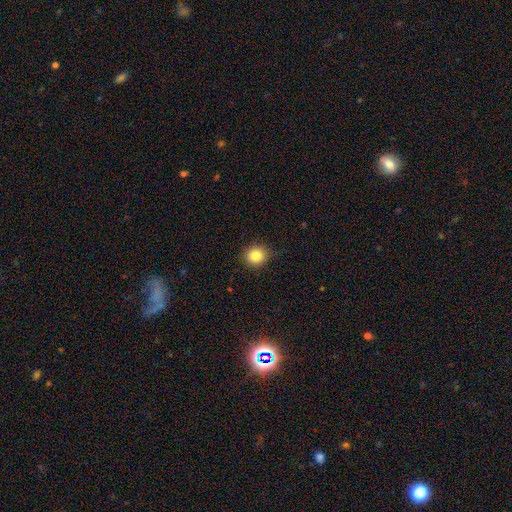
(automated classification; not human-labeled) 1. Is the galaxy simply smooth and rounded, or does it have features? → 85% smooth, 10% star or artifact, 5% featured or disk.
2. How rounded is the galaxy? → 85% round, 14% in between, 1% cigar-shaped.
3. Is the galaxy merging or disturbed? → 83% none, 13% minor disturbance, 3% major disturbance, 1% merger.